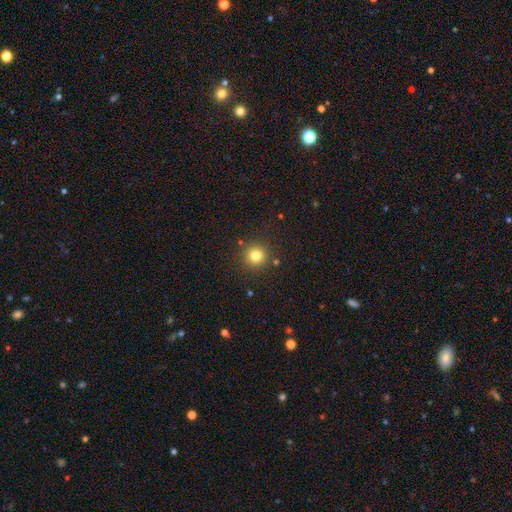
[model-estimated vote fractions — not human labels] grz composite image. It shows a smooth galaxy with no disk features (80%) that is round (95%). Merging: none (89%).